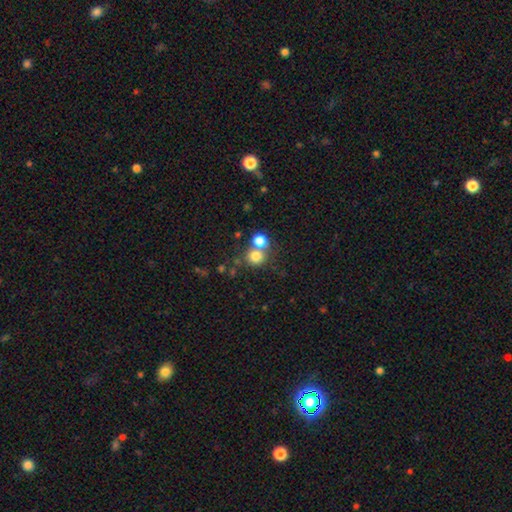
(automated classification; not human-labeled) Smooth or featured: smooth — 77% (star or artifact — 14%)
How rounded: round — 87% (in between — 12%)
Merging: none — 53% (merger — 37%)